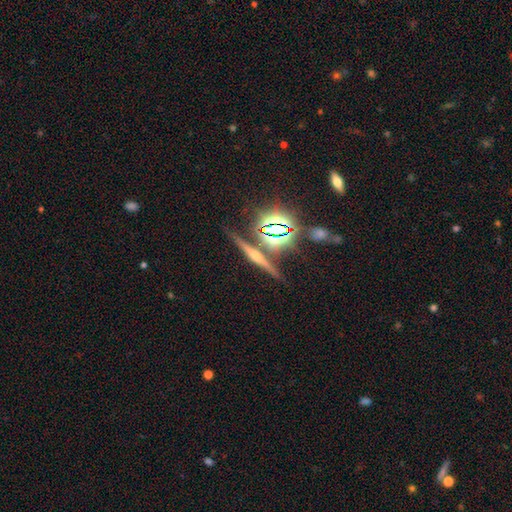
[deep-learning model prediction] Smooth or featured? Predicted: featured or disk (p=0.57). Edge-on disk? Predicted: yes (p=0.94). Edge-on bulge? Predicted: rounded (p=0.81). Merging? Predicted: none (p=0.82).